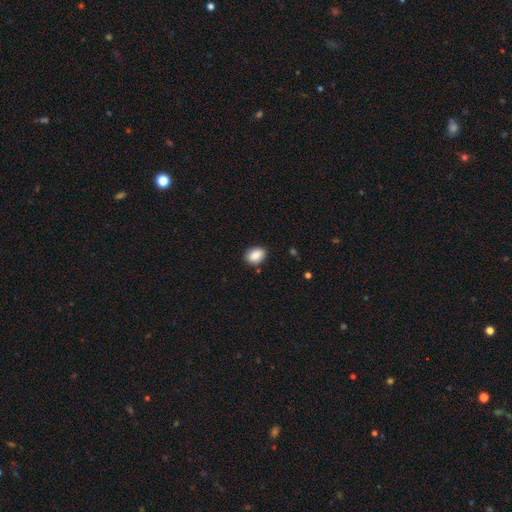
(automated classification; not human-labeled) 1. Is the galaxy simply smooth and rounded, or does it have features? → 87% smooth, 8% star or artifact, 5% featured or disk.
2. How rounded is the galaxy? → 70% in between, 29% round, 1% cigar-shaped.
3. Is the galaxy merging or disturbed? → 85% none, 10% minor disturbance, 2% major disturbance, 2% merger.